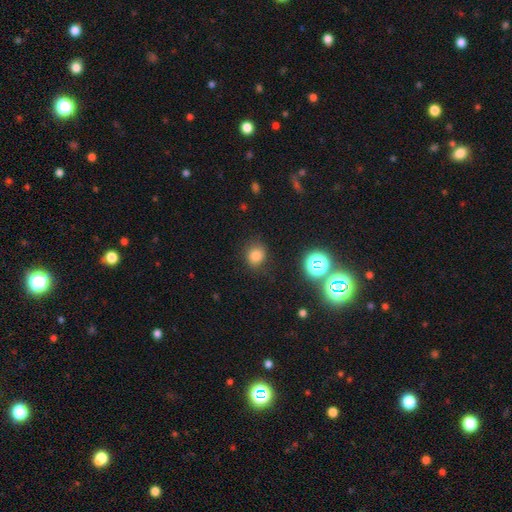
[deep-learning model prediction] smooth_or_featured: smooth (p=0.75) [alt: star or artifact p=0.17]
how_rounded: round (p=0.75) [alt: in between p=0.24]
merging: none (p=0.81) [alt: minor disturbance p=0.13]